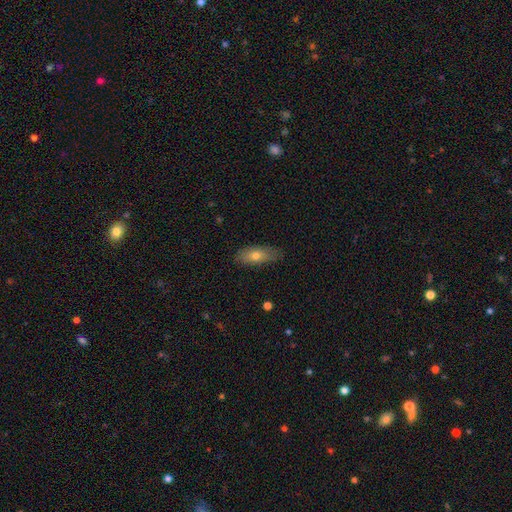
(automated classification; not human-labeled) smooth_or_featured: smooth (p=0.67) [alt: featured or disk p=0.25]
how_rounded: in between (p=0.67) [alt: cigar-shaped p=0.29]
merging: none (p=0.82) [alt: minor disturbance p=0.15]